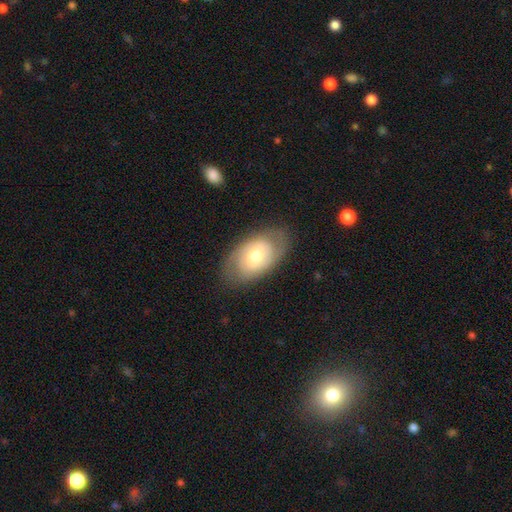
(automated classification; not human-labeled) Smooth or featured: featured or disk — 64% (smooth — 29%)
Edge-on disk: no — 94% (yes — 6%)
Bar: weak — 47% (no — 41%)
Spiral arms: yes — 80% (no — 20%)
Bulge size: moderate — 64% (small — 27%)
Merging: none — 78% (minor disturbance — 16%)